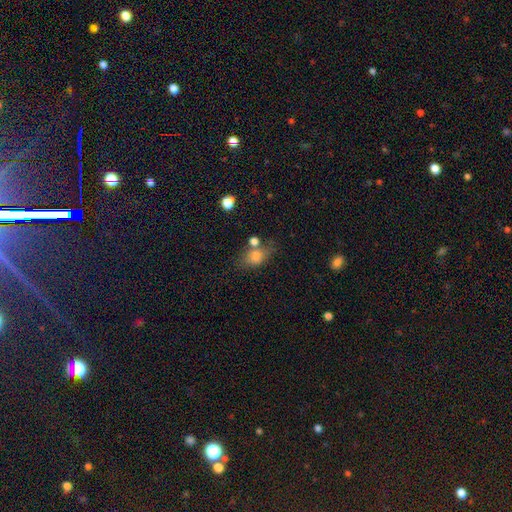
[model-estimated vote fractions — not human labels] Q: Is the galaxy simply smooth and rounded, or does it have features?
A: smooth — 72%.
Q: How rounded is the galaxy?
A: in between — 71%.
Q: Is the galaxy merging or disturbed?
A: none — 56%.